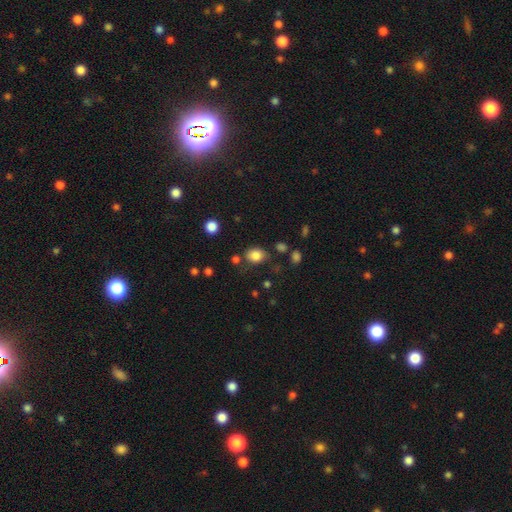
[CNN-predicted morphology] Overall: smooth (83%). How rounded: in between (53%; round 46%). Merging: none (70%).